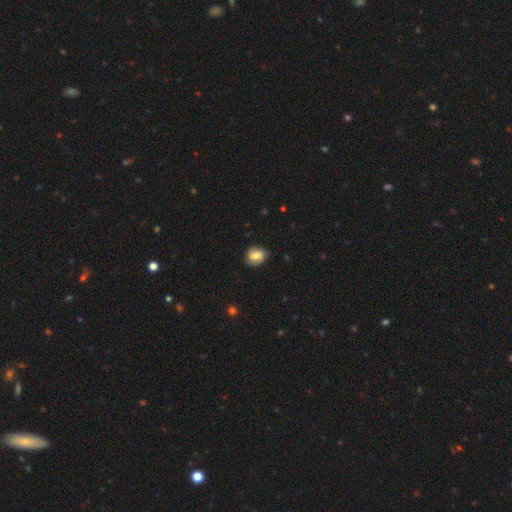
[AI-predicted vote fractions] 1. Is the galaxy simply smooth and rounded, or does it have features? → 66% smooth, 26% featured or disk, 8% star or artifact.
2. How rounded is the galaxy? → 56% round, 42% in between, 1% cigar-shaped.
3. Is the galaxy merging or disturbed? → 83% none, 13% minor disturbance, 3% major disturbance, 1% merger.